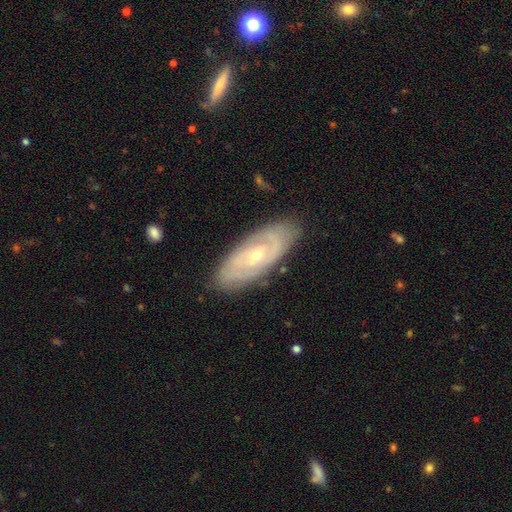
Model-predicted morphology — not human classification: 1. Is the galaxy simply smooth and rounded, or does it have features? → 79% featured or disk, 15% smooth, 5% star or artifact.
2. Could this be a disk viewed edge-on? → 90% no, 10% yes.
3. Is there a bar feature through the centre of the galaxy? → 60% no, 33% weak, 7% strong.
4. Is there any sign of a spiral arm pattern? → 87% yes, 13% no.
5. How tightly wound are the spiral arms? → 67% tight, 26% medium, 7% loose.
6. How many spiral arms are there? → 45% 2, 37% can't tell, 8% 3, 3% 1, 3% 4, 3% more than 4.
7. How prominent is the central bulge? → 62% small, 35% moderate, 1% large, 1% none, 1% dominant.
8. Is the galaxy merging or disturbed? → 83% none, 13% minor disturbance, 3% major disturbance, 1% merger.